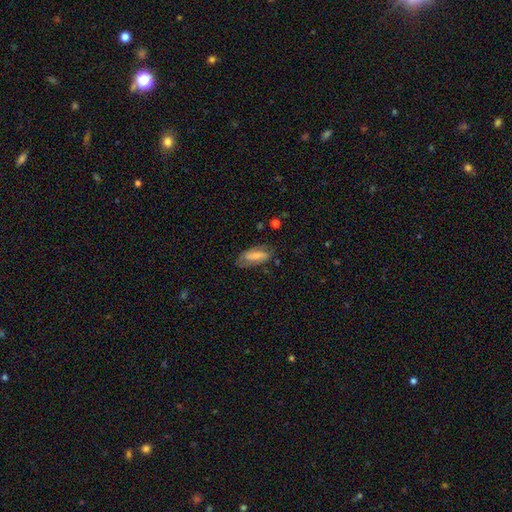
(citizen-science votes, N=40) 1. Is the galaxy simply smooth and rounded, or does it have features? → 60% featured or disk, 38% smooth, 2% star or artifact.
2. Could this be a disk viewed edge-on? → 92% no, 8% yes.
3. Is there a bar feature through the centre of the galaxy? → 36% strong (tied), 36% no (tied), 27% weak.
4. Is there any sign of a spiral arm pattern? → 86% yes, 14% no.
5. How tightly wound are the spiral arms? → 47% loose, 32% medium, 21% tight.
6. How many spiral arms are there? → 74% 2, 11% can't tell, 5% 1, 5% 3, 5% more than 4, 0% 4.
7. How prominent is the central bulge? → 50% small, 32% moderate, 14% none, 5% dominant, 0% large.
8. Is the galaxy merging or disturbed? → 67% none, 21% minor disturbance, 13% major disturbance, 0% merger.